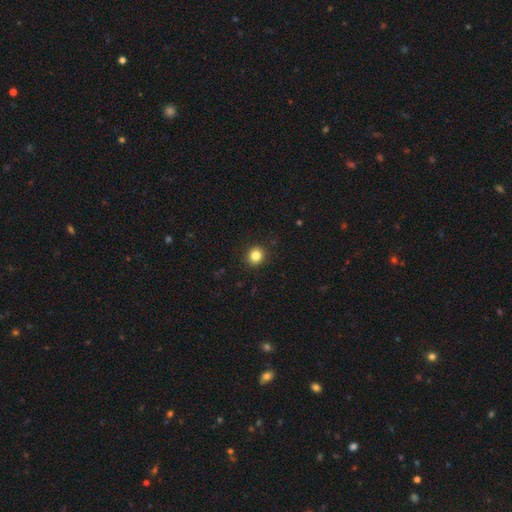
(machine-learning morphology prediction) type=smooth (84%); roundness=round (85%); merging=none (92%).